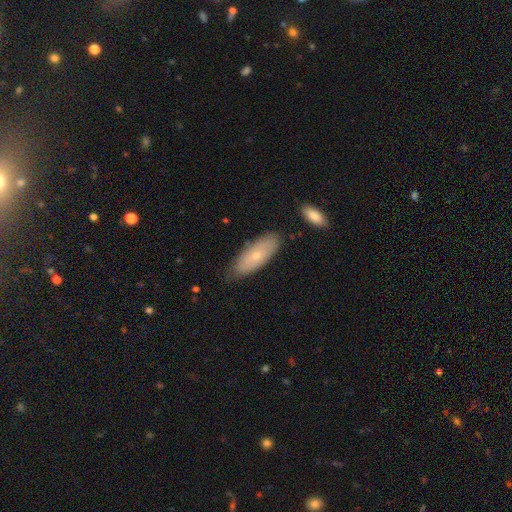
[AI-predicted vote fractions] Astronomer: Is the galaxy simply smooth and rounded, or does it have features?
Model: smooth — 62%.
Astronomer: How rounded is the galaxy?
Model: in between — 75%.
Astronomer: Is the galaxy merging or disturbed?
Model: none — 78%.